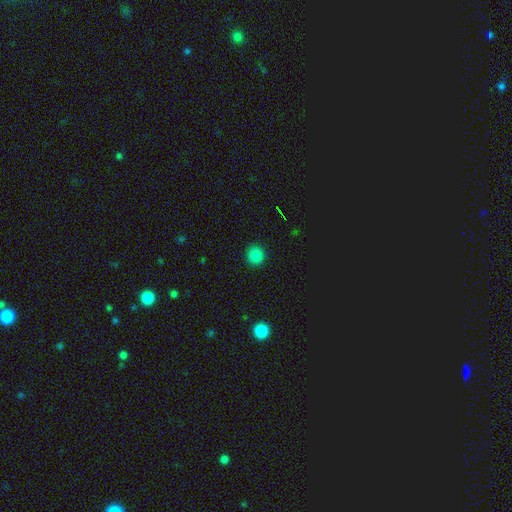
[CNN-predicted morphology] Smooth or featured? smooth (83%)
How rounded? round (93%)
Merging? none (91%)